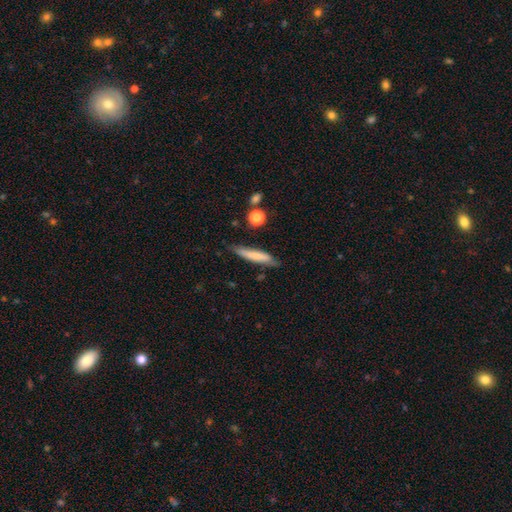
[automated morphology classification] Smooth or featured? Predicted: smooth (p=0.69). How rounded? Predicted: cigar-shaped (p=0.89). Merging? Predicted: none (p=0.77).